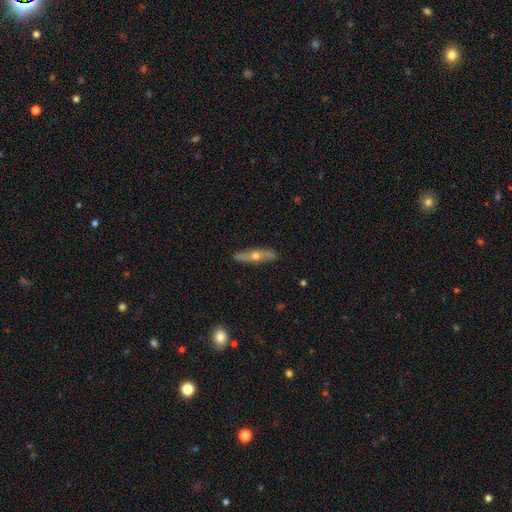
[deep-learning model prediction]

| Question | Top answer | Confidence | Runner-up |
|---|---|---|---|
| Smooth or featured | featured or disk | 59% | smooth (35%) |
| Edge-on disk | yes | 84% | no (16%) |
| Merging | none | 88% | minor disturbance (9%) |